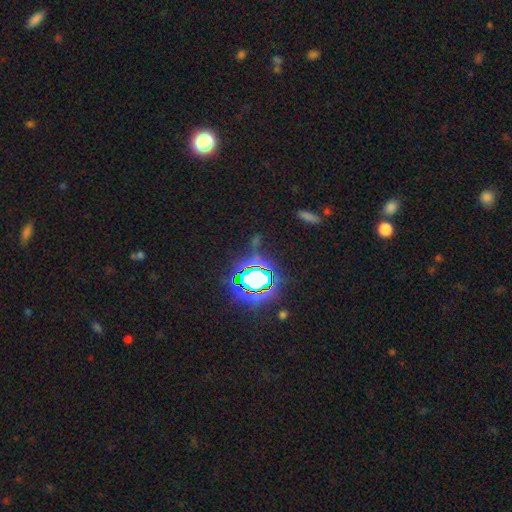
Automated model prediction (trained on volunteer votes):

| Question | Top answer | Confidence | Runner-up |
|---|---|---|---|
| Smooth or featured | star or artifact | 76% | smooth (15%) |